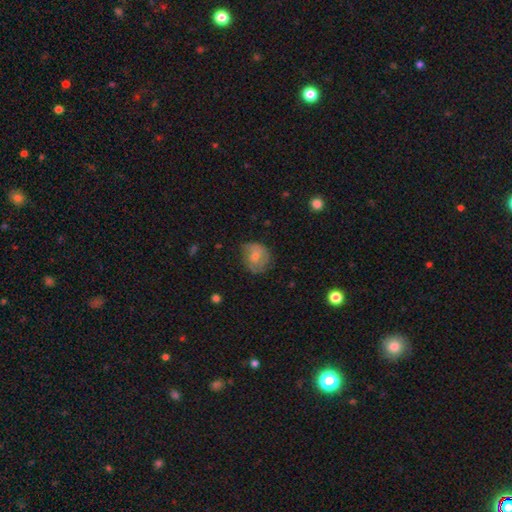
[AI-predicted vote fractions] This appears to be a smooth galaxy with no disk features (64%) that is round (74%). Merging: none (61%).